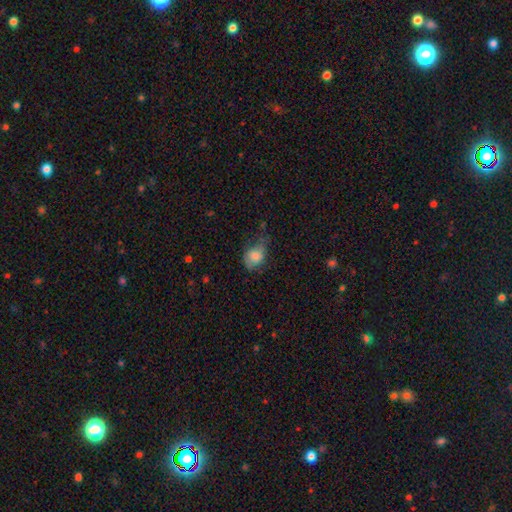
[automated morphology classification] smooth_or_featured: smooth (p=0.77) [alt: featured or disk p=0.15]
how_rounded: in between (p=0.68) [alt: round p=0.31]
merging: minor disturbance (p=0.39) [alt: none p=0.35]